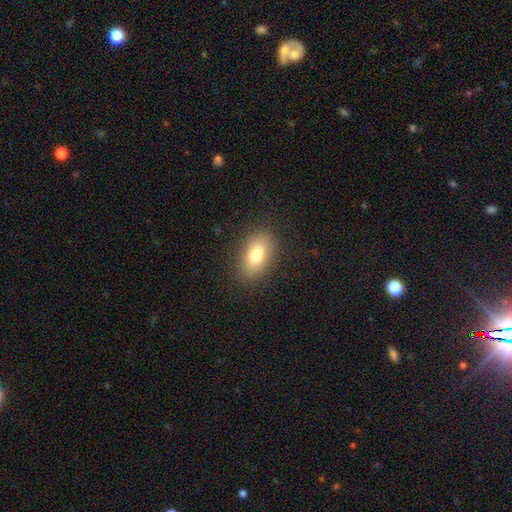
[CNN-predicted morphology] smooth 79%, featured or disk 12%, star or artifact 9%. Down the decision tree: how rounded — in between (88%); merging — none (87%).